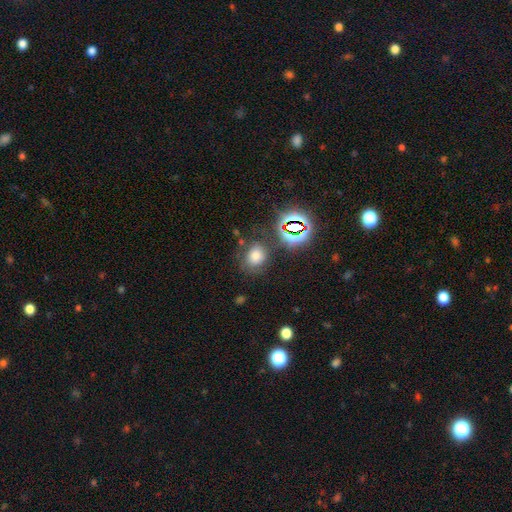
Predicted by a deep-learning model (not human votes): smooth 62%, star or artifact 25%, featured or disk 13%. Down the decision tree: how rounded — round (54%); merging — none (67%).